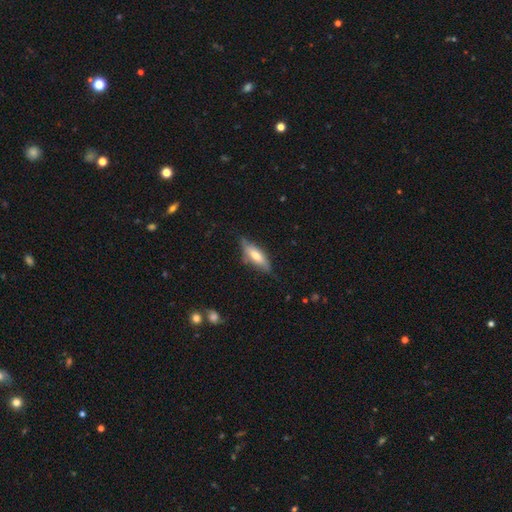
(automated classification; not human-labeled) This is possibly a smooth galaxy (53%). How rounded: possibly in between (56%). Merging: likely none (69%).